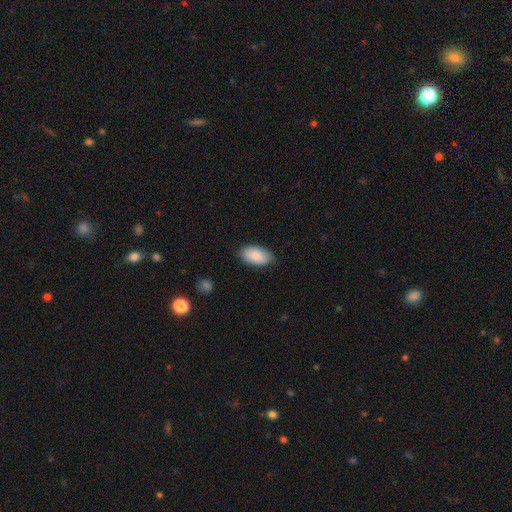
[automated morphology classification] smooth_or_featured: smooth (p=0.89) [alt: star or artifact p=0.06]
how_rounded: in between (p=0.94) [alt: round p=0.03]
merging: none (p=0.83) [alt: minor disturbance p=0.14]